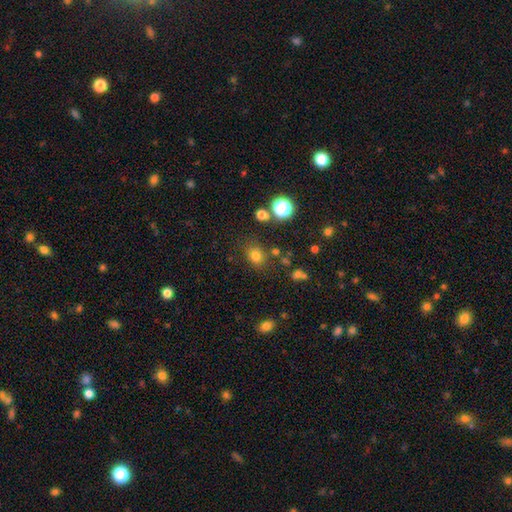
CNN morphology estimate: The model was most divided on "how rounded": round: 59%, in between: 40%, cigar-shaped: 1%. More confident: merging — none (77%); smooth or featured — smooth (75%).